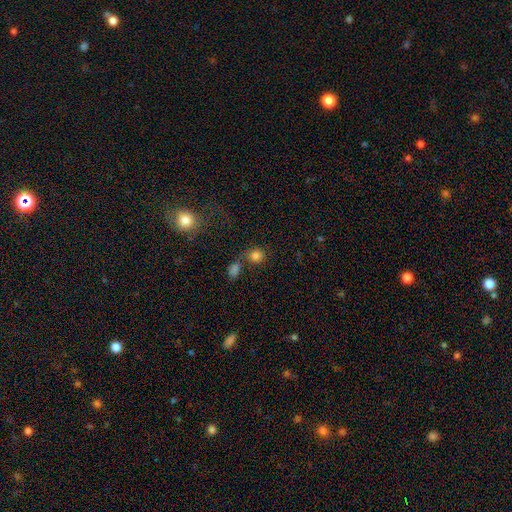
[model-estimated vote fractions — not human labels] A smooth galaxy with no disk features (81%) that is round (80%).

Vote fractions:
- Smooth or featured? smooth: 81% / star or artifact: 12% / featured or disk: 6%
- How rounded? round: 80% / in between: 19% / cigar-shaped: 1%
- Merging? none: 56% / merger: 27% / minor disturbance: 11% / major disturbance: 6%